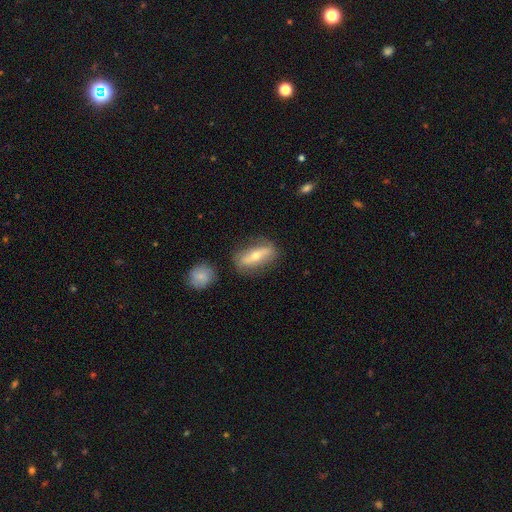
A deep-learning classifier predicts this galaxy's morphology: Smooth or featured: featured or disk — 54% (smooth — 38%)
Edge-on disk: no — 53% (yes — 47%)
Merging: none — 76% (minor disturbance — 15%)